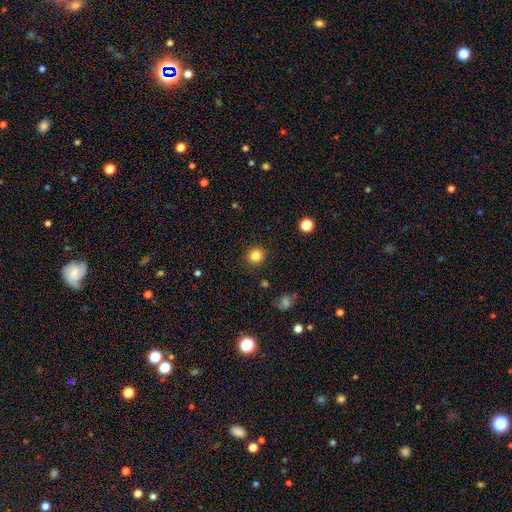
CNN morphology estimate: Q: Smooth or featured?
A: smooth (83%); runner-up: star or artifact (12%)
Q: How rounded?
A: round (92%); runner-up: in between (7%)
Q: Merging?
A: none (90%); runner-up: minor disturbance (7%)